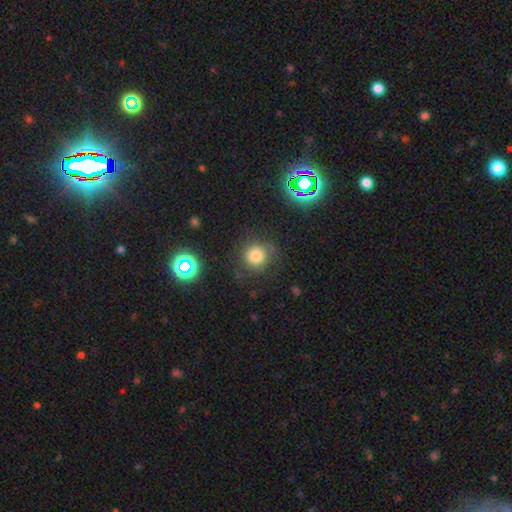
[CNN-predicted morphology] smooth 70%, star or artifact 16%, featured or disk 14%. Down the decision tree: how rounded — round (90%); merging — none (70%).